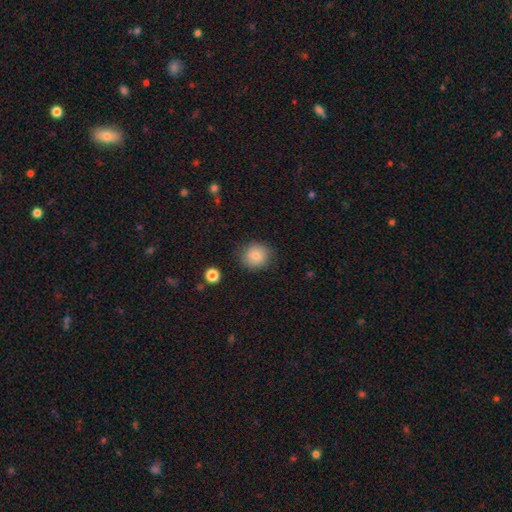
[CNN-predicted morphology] Smooth or featured: smooth — 81% (featured or disk — 10%)
How rounded: round — 86% (in between — 13%)
Merging: none — 83% (minor disturbance — 12%)